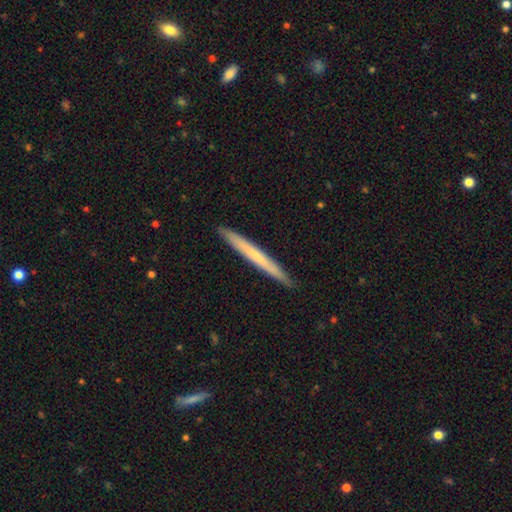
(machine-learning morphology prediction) Smooth or featured: smooth — 55% (featured or disk — 40%)
How rounded: cigar-shaped — 97% (in between — 2%)
Merging: none — 92% (minor disturbance — 6%)